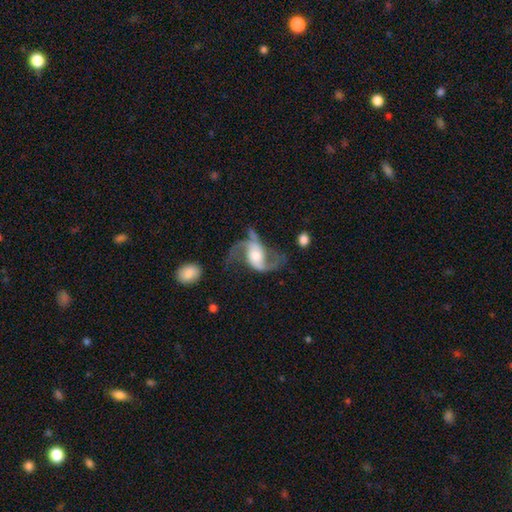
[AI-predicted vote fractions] smooth-or-featured: featured or disk: 86% | smooth: 9% | star or artifact: 5%
  disk-edge-on: no: 97% | yes: 3%
    bar: no: 51% | weak: 33% | strong: 16%
    has-spiral-arms: yes: 95% | no: 5%
      spiral-winding: loose: 67% | medium: 27% | tight: 5%
      spiral-arm-count: 2: 83% | 3: 7% | 1: 3% | can't tell: 3% | 4: 2% | more than 4: 1%
    bulge-size: moderate: 52% | small: 28% | large: 15% | none: 3% | dominant: 2%
  merging: none: 49% | major disturbance: 27% | minor disturbance: 18% | merger: 6%